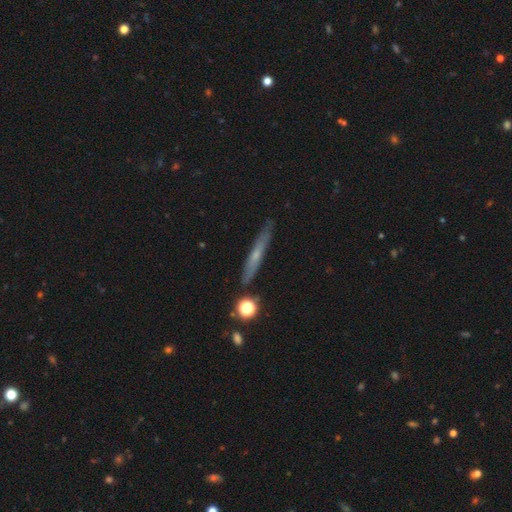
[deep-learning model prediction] Smooth or featured? featured or disk (50%)
Edge-on disk? yes (90%)
Merging? none (84%)